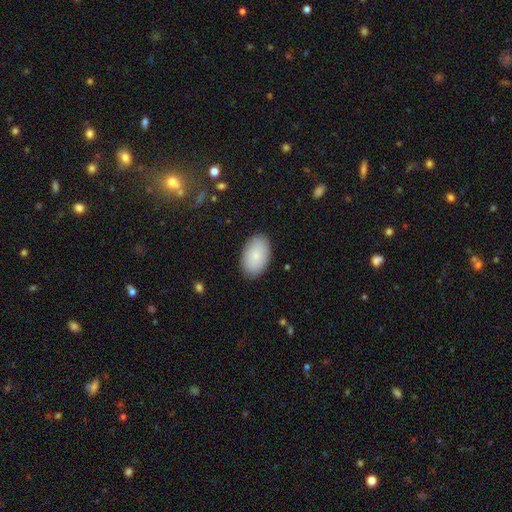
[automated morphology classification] This appears to be a smooth galaxy with no disk features (86%) that is in between round and cigar-shaped (94%). Merging: none (88%).